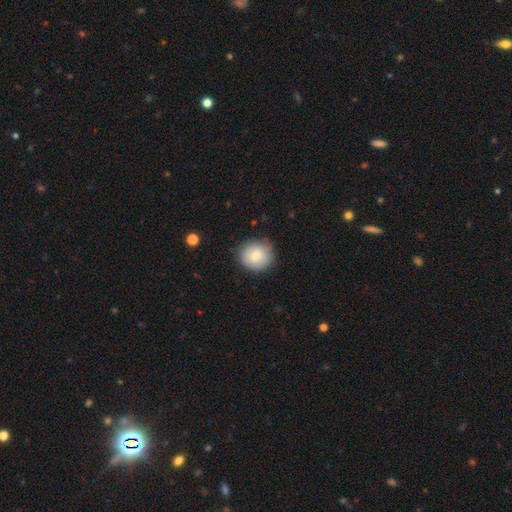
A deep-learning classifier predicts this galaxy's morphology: A smooth galaxy with no disk features (83%) that is round (81%). Merging: none (81%).